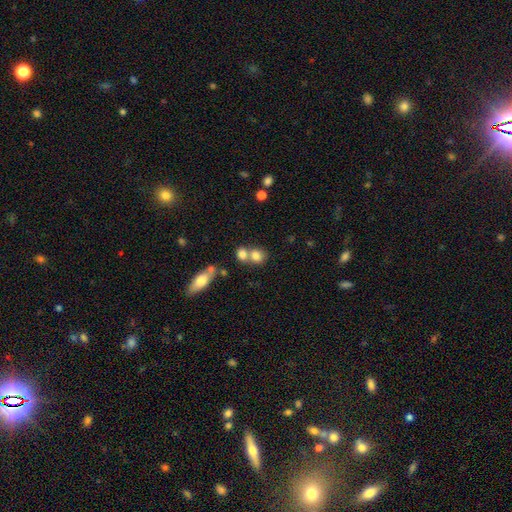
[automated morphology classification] smooth-or-featured: smooth: 78% | featured or disk: 11% | star or artifact: 10%
  how-rounded: round: 66% | in between: 32% | cigar-shaped: 2%
  merging: merger: 48% | none: 40% | minor disturbance: 8% | major disturbance: 3%